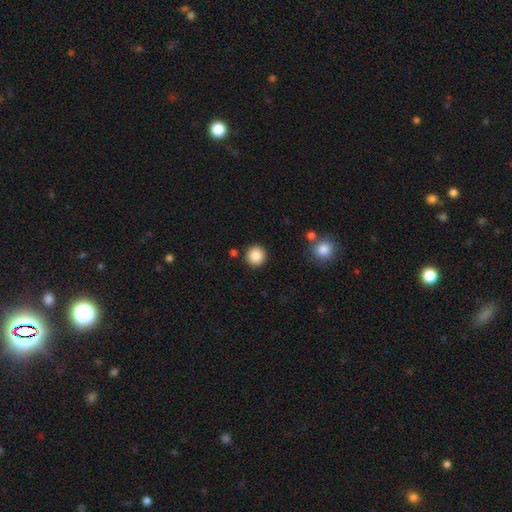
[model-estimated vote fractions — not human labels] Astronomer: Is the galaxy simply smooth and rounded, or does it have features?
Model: smooth — 87%.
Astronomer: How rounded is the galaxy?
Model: round — 95%.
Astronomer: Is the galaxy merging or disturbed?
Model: none — 90%.